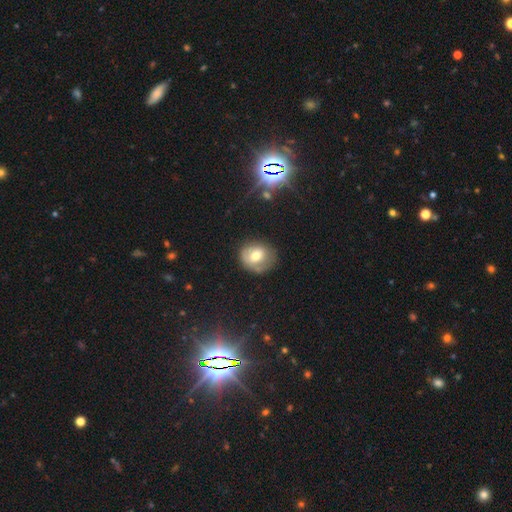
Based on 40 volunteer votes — smooth_or_featured: smooth (p=0.68) [alt: featured or disk p=0.20]
how_rounded: round (p=0.89) [alt: in between p=0.11]
merging: none (p=0.69) [alt: minor disturbance p=0.26]